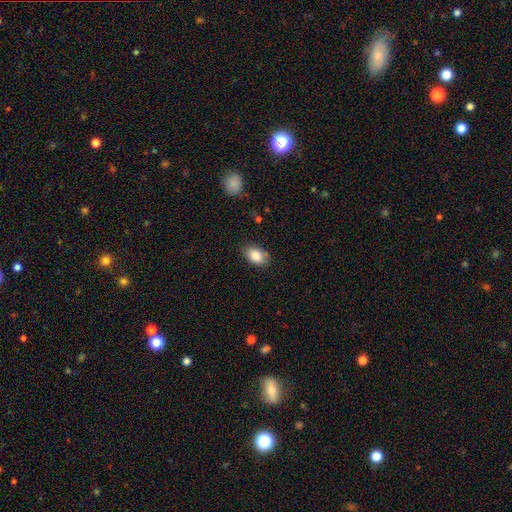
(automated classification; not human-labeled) smooth-or-featured: smooth: 87% | star or artifact: 7% | featured or disk: 6%
  how-rounded: in between: 88% | round: 10% | cigar-shaped: 1%
  merging: none: 80% | minor disturbance: 15% | major disturbance: 3% | merger: 1%